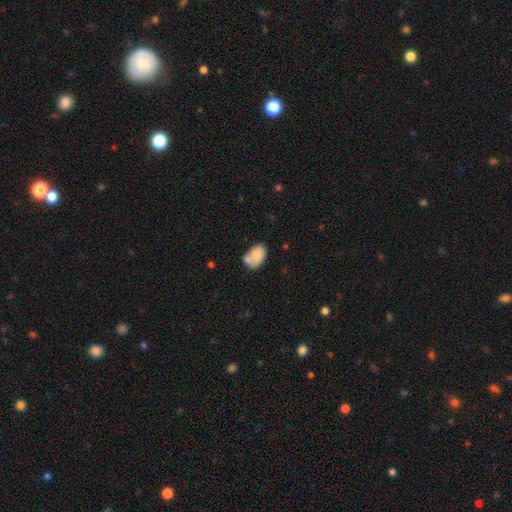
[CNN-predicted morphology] smooth 78%, featured or disk 14%, star or artifact 8%. Down the decision tree: how rounded — in between (84%); merging — none (40%).